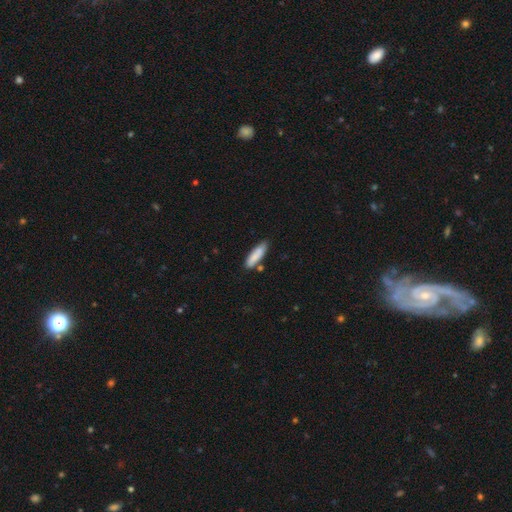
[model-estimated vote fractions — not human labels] Morphology: type=smooth (84%); roundness=cigar-shaped (63%); merging=none (73%).